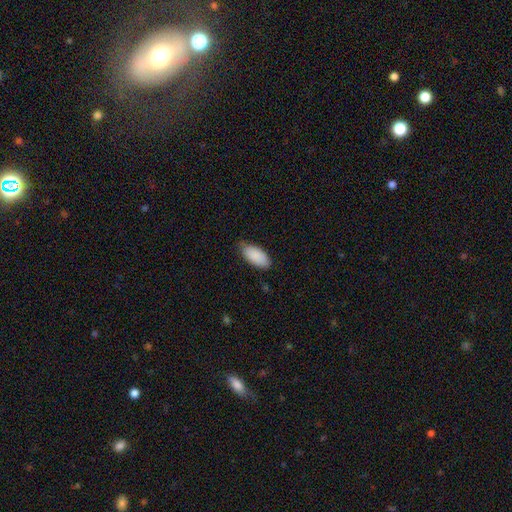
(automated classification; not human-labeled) This appears to be a smooth galaxy with no disk features (89%) that is in between round and cigar-shaped (92%). Merging: none (72%).